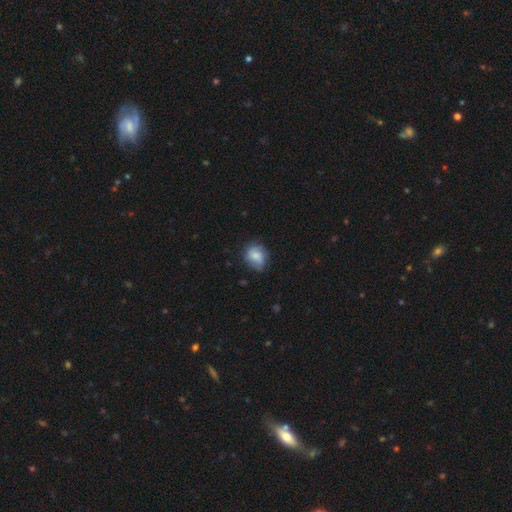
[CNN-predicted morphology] Smooth or featured? smooth (71%)
How rounded? round (62%)
Merging? none (70%)